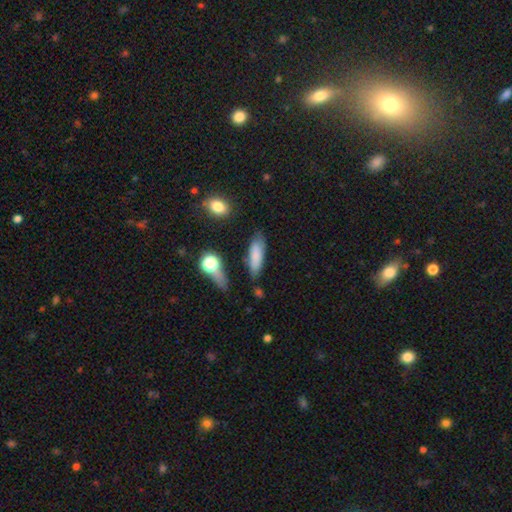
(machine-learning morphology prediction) smooth 78%, featured or disk 14%, star or artifact 8%. Down the decision tree: how rounded — in between (50%); merging — none (71%).